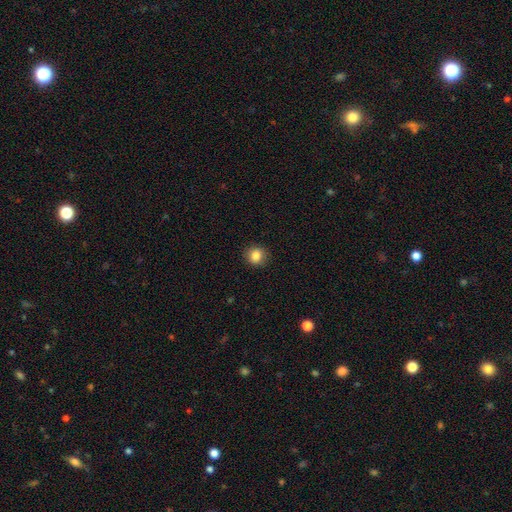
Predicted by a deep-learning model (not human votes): Overall: smooth (85%). How rounded: round (86%). Merging: none (90%).